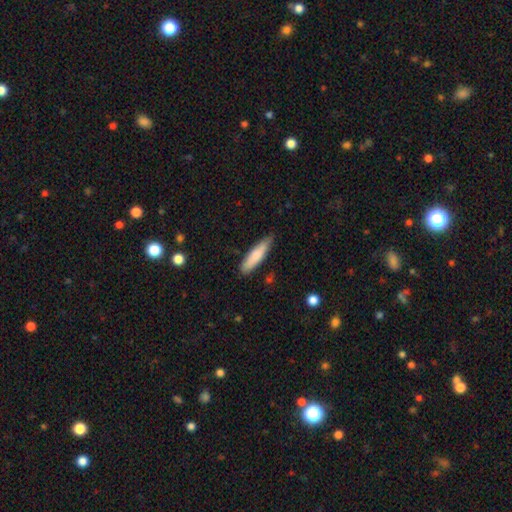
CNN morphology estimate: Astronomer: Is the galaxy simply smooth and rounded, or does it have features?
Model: smooth — 79%.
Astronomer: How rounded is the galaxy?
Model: cigar-shaped — 74%.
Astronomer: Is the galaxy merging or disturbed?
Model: none — 80%.